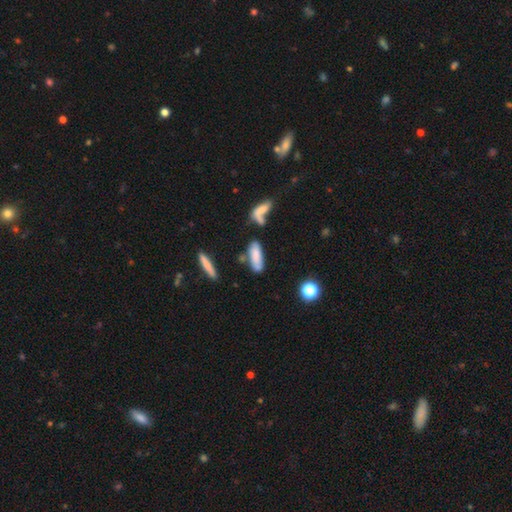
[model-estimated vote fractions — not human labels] Overall: smooth (75%). How rounded: in between (60%; cigar-shaped 37%). Merging: none (57%; minor disturbance 19%).